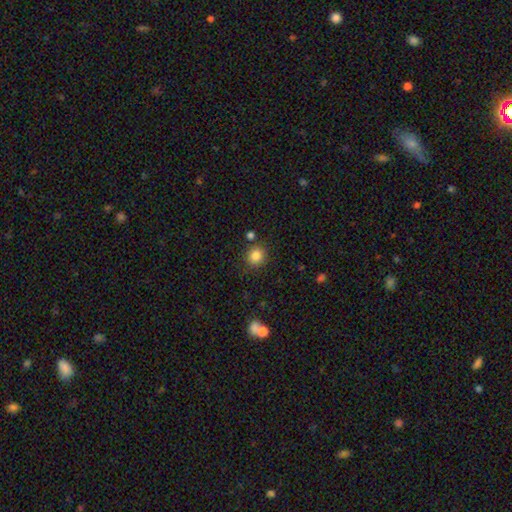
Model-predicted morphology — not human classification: smooth_or_featured: smooth (p=0.84) [alt: star or artifact p=0.11]
how_rounded: round (p=0.87) [alt: in between p=0.12]
merging: none (p=0.83) [alt: minor disturbance p=0.09]